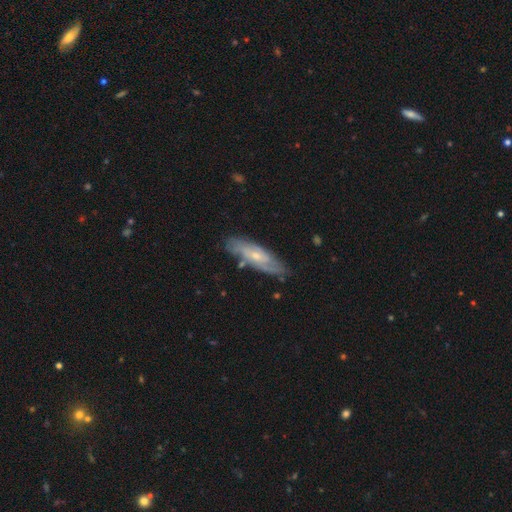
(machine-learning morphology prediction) This appears to be a featured or disk galaxy (62%). Merging: none (77%).